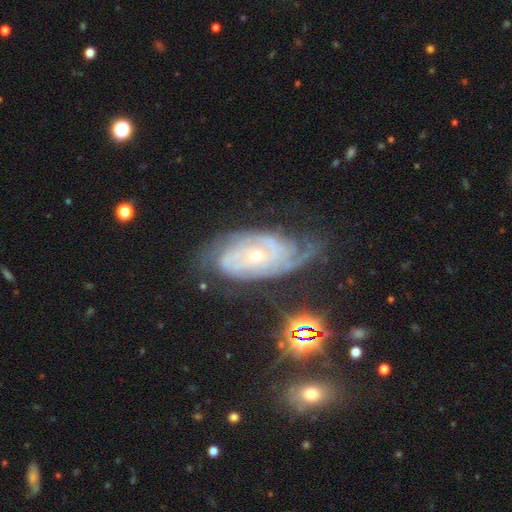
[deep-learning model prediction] This appears to be a featured or disk galaxy (86%) with no bar (64%), tight (70%) spiral arms (96%) and a small central bulge (54%). Merging: none (60%).